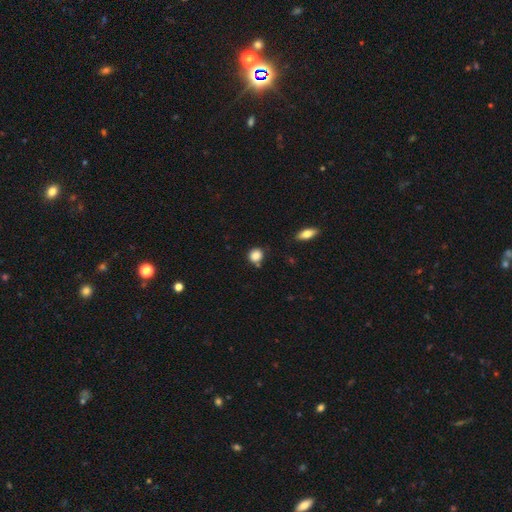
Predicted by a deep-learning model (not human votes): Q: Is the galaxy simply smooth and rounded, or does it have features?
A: smooth — 87%.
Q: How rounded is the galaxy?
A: round — 83%.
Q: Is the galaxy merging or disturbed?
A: none — 76%.